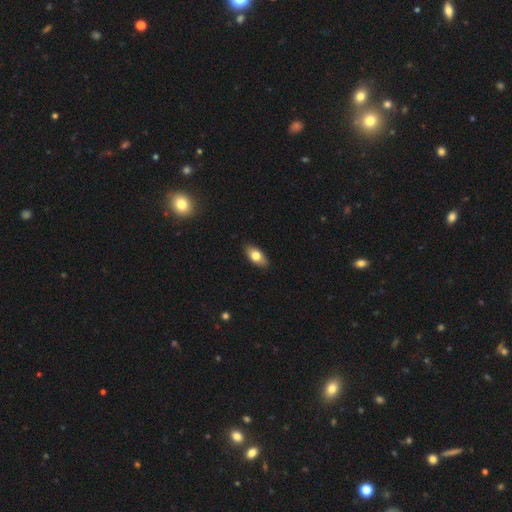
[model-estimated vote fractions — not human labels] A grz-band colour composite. It shows a smooth galaxy with no disk features (74%) that is in between round and cigar-shaped (87%). Merging: none (88%).